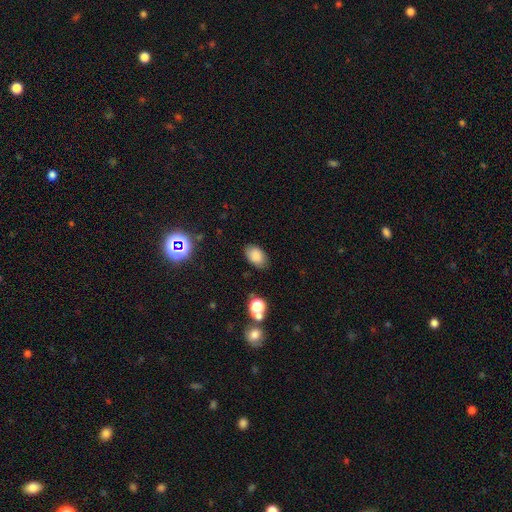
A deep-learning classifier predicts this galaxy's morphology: smooth 83%, star or artifact 11%, featured or disk 6%. Down the decision tree: how rounded — in between (90%); merging — none (82%).